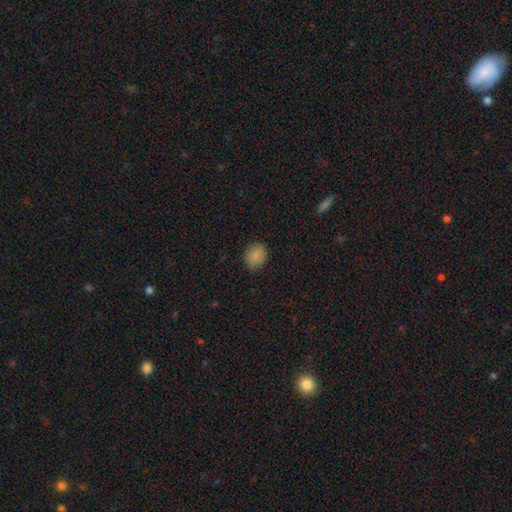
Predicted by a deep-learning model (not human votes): Morphology: type=smooth (86%); roundness=round (59%); merging=none (83%).